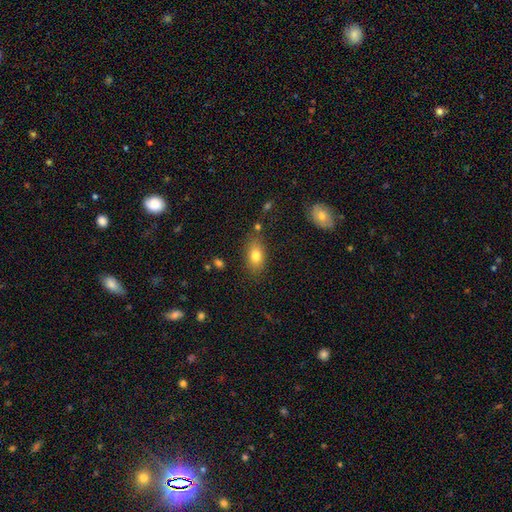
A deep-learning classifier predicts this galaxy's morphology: smooth_or_featured: smooth (p=0.79) [alt: featured or disk p=0.12]
how_rounded: in between (p=0.84) [alt: round p=0.12]
merging: none (p=0.79) [alt: minor disturbance p=0.13]